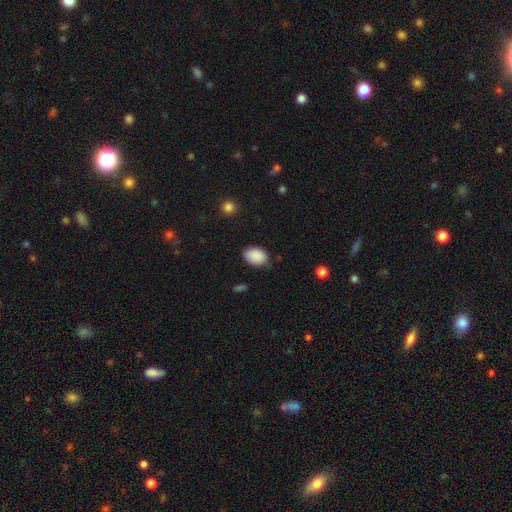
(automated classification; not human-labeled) Q: Smooth or featured?
A: smooth (90%); runner-up: star or artifact (7%)
Q: How rounded?
A: in between (82%); runner-up: round (17%)
Q: Merging?
A: none (79%); runner-up: minor disturbance (17%)